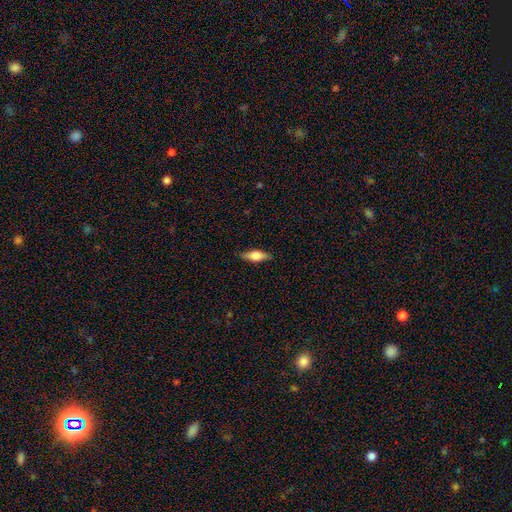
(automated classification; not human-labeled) Smooth or featured? smooth (62%)
How rounded? in between (62%)
Merging? none (83%)